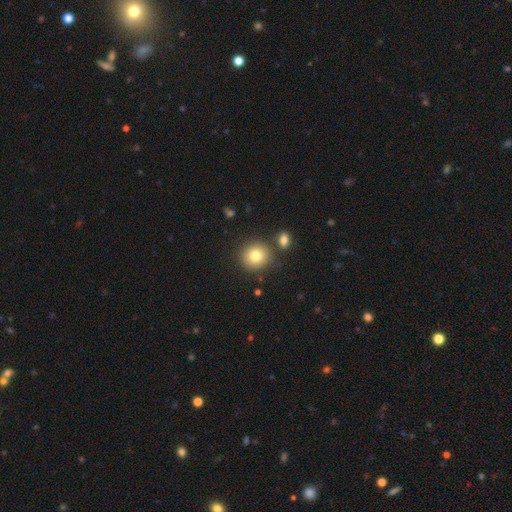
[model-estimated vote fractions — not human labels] smooth-or-featured: smooth: 80% | star or artifact: 11% | featured or disk: 10%
  how-rounded: round: 89% | in between: 10% | cigar-shaped: 1%
  merging: none: 81% | merger: 8% | minor disturbance: 8% | major disturbance: 3%